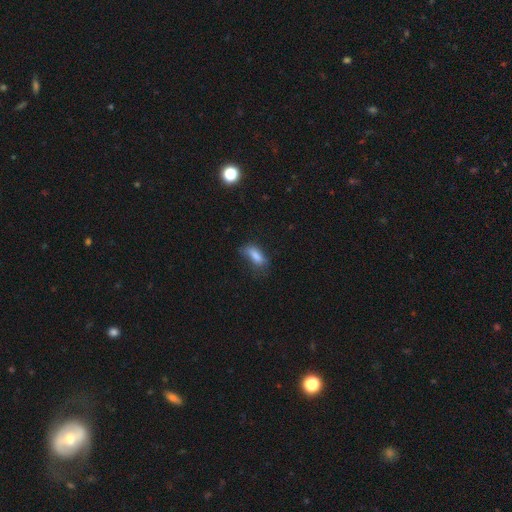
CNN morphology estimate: The model was most divided on "merging": none: 44%, minor disturbance: 33%, major disturbance: 21%, merger: 3%. More confident: smooth or featured — smooth (78%); how rounded — in between (74%).